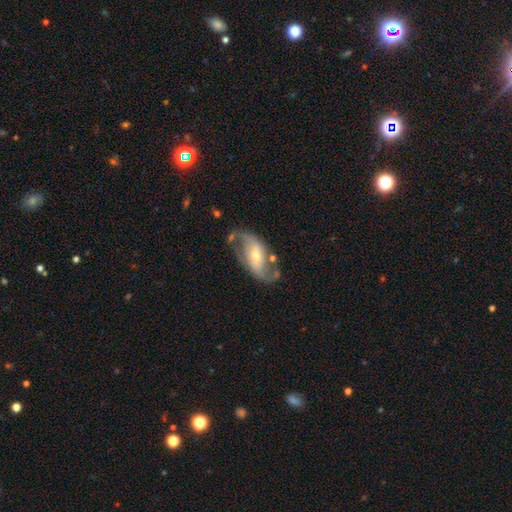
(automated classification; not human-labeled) featured or disk 81%, smooth 13%, star or artifact 6%. Down the decision tree: edge-on disk — no (95%); bar — weak (38%); spiral arms — yes (89%); spiral arm count — 2 (88%); spiral winding — loose (50%); bulge size — moderate (52%); merging — none (64%).